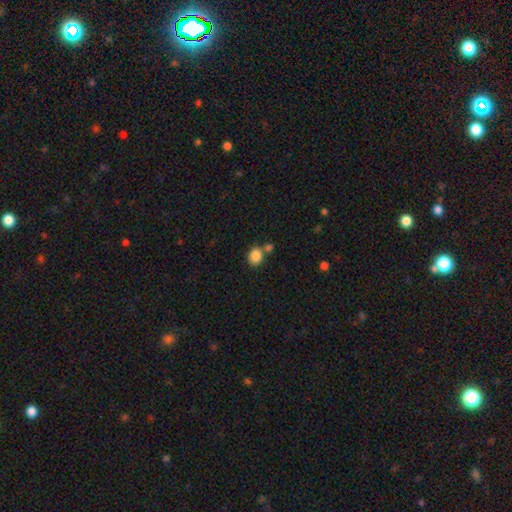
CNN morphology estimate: This appears to be a smooth galaxy with no disk features (87%) that is round (54%). Merging: none (61%).